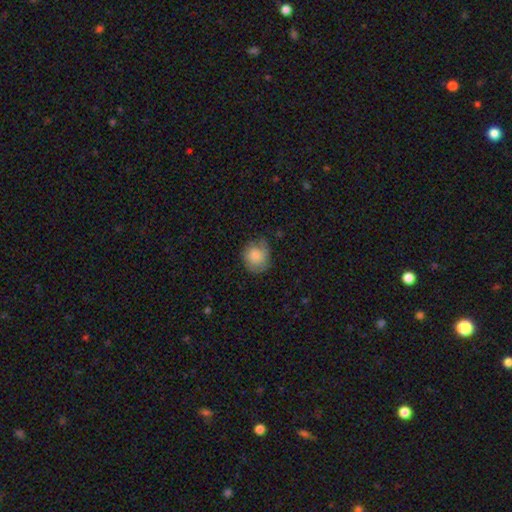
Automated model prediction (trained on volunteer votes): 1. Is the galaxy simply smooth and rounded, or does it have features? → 81% smooth, 11% featured or disk, 8% star or artifact.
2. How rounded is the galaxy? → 74% round, 25% in between, 1% cigar-shaped.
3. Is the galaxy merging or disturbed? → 60% none, 29% minor disturbance, 9% major disturbance, 1% merger.